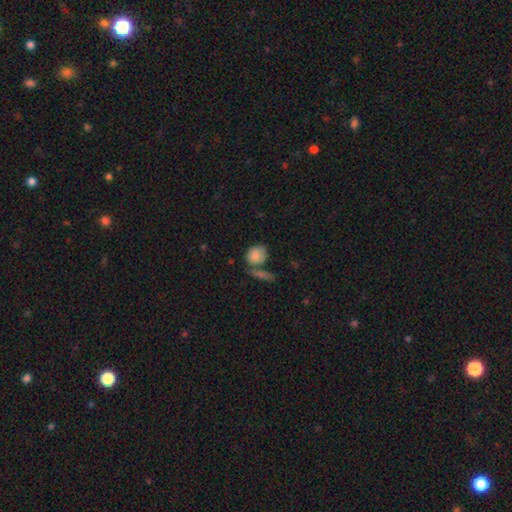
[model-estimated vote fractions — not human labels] Smooth or featured? Predicted: smooth (p=0.82). How rounded? Predicted: round (p=0.60). Merging? Predicted: none (p=0.51).